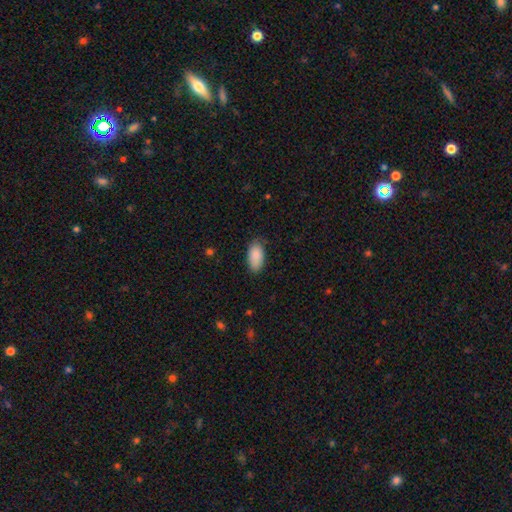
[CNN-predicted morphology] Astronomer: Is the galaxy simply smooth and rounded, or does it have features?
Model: smooth — 88%.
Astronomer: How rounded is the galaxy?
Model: in between — 94%.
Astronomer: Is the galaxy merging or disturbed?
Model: none — 77%.